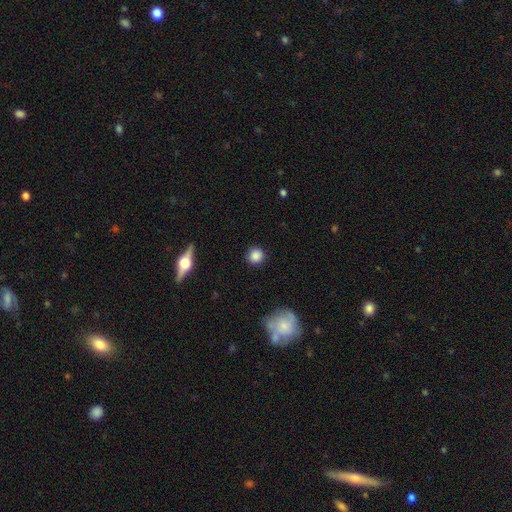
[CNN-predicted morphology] Overall: smooth (84%). How rounded: round (92%). Merging: none (88%).